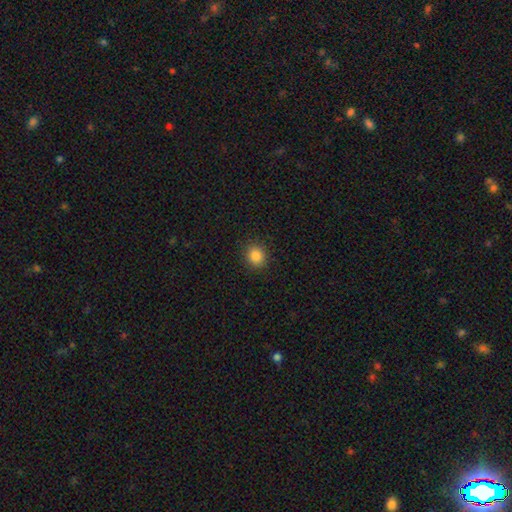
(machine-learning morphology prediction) smooth 85%, star or artifact 11%, featured or disk 4%. Down the decision tree: how rounded — round (80%); merging — none (91%).